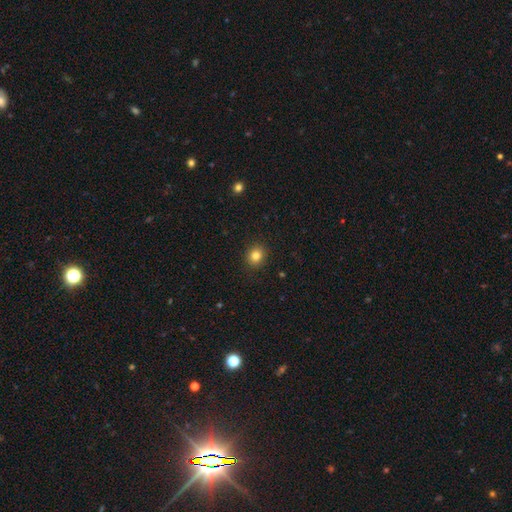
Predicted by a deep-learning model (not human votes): A smooth galaxy with no disk features (83%) that is round (79%). Merging: none (91%).